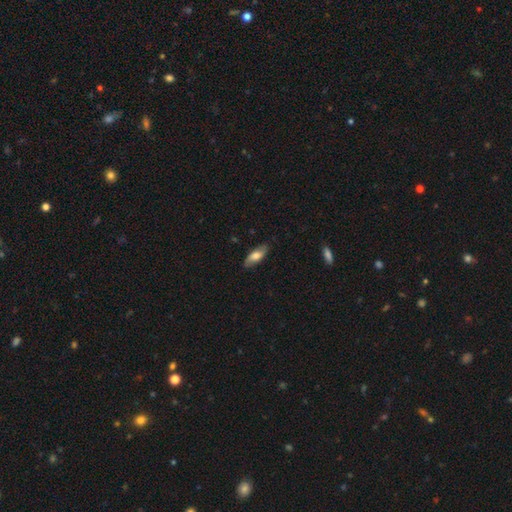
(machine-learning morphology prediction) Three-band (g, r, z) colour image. It shows a smooth galaxy with no disk features (64%) that is in between round and cigar-shaped (77%). Merging: none (82%).